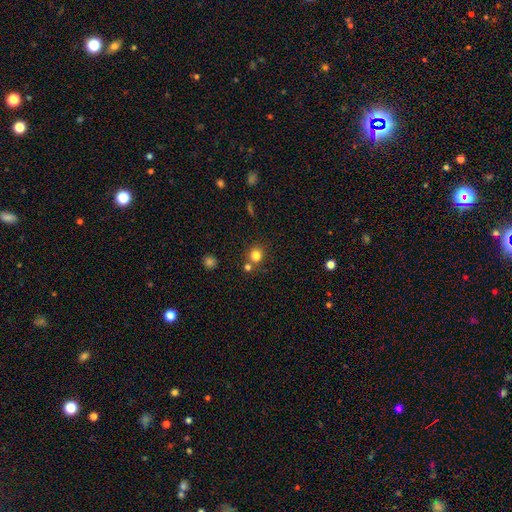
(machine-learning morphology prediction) Smooth or featured? smooth (81%)
How rounded? round (86%)
Merging? none (70%)